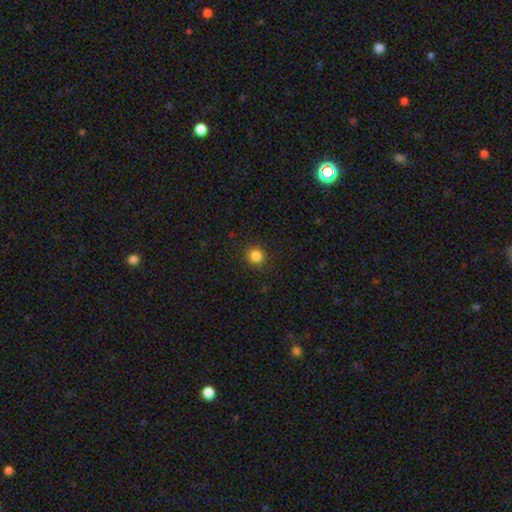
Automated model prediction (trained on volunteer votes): Smooth or featured? Predicted: smooth (p=0.84). How rounded? Predicted: round (p=0.91). Merging? Predicted: none (p=0.91).